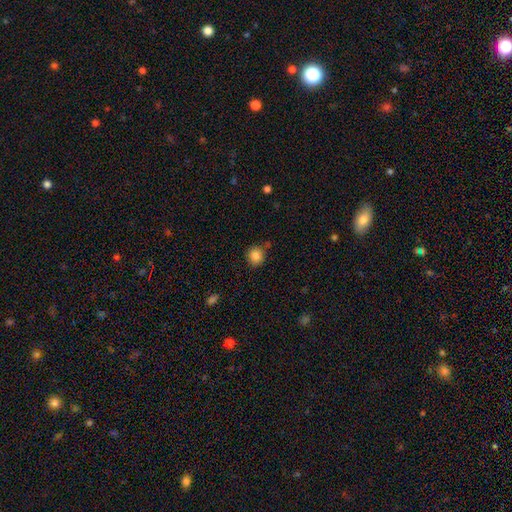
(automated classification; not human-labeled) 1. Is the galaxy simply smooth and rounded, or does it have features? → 85% smooth, 10% star or artifact, 5% featured or disk.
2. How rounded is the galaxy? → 86% round, 13% in between, 1% cigar-shaped.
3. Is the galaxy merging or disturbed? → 79% none, 12% minor disturbance, 5% merger, 3% major disturbance.